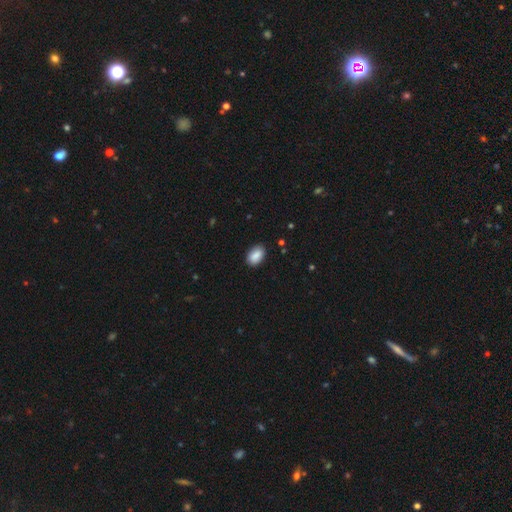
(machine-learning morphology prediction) smooth 88%, star or artifact 7%, featured or disk 5%. Down the decision tree: how rounded — in between (91%); merging — none (86%).